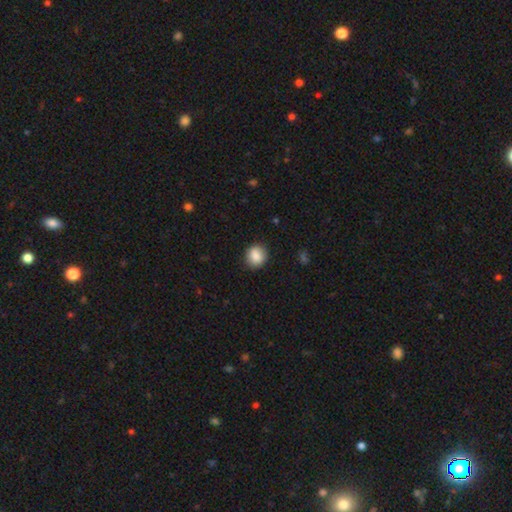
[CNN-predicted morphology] This appears to be a smooth galaxy with no disk features (86%) that is round (77%). Merging: none (87%).